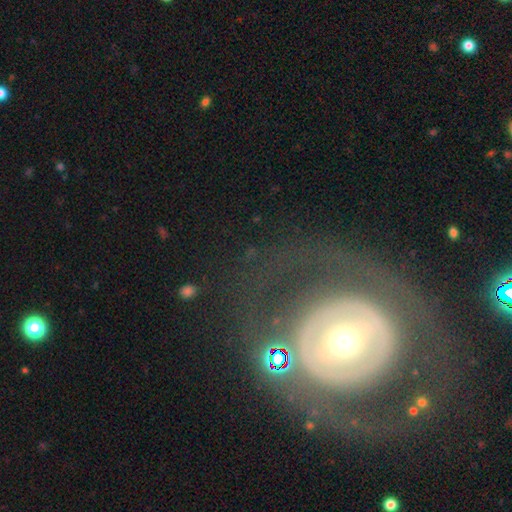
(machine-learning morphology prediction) Smooth or featured? featured or disk (67%)
Edge-on disk? no (95%)
Bar? no (63%)
Spiral arms? no (67%)
Bulge size? moderate (51%)
Merging? none (68%)